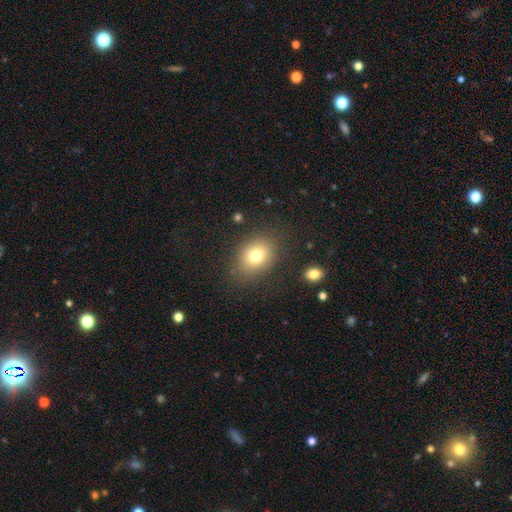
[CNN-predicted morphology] Q: Smooth or featured?
A: smooth (76%); runner-up: star or artifact (12%)
Q: How rounded?
A: in between (52%); runner-up: round (47%)
Q: Merging?
A: none (82%); runner-up: minor disturbance (11%)